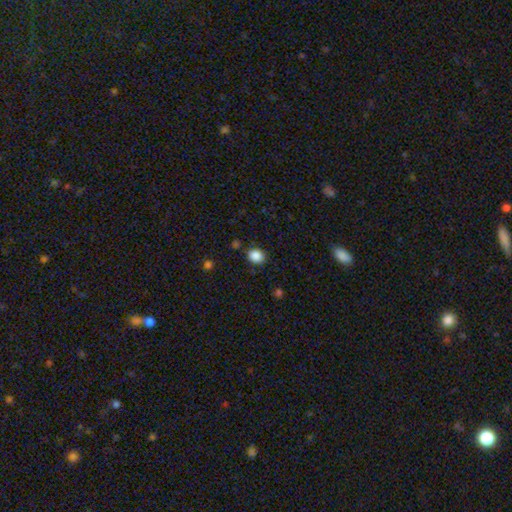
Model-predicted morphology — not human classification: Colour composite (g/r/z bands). It shows a smooth galaxy with no disk features (86%) that is round (64%). Merging: none (84%).